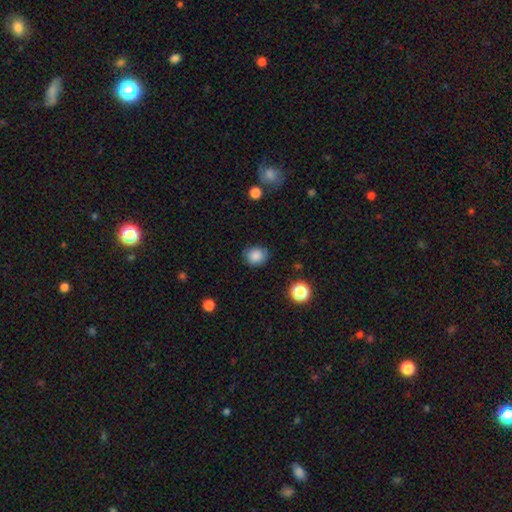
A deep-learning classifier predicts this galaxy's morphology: Smooth or featured? smooth (86%)
How rounded? round (69%)
Merging? none (82%)